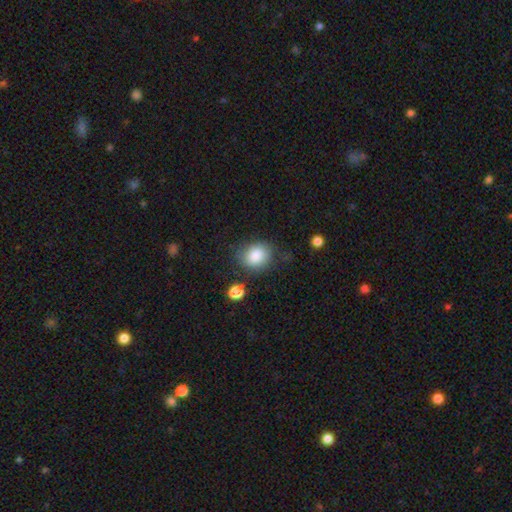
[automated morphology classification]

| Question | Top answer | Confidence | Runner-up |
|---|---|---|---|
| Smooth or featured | smooth | 85% | star or artifact (8%) |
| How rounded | round | 59% | in between (40%) |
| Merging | none | 67% | minor disturbance (21%) |